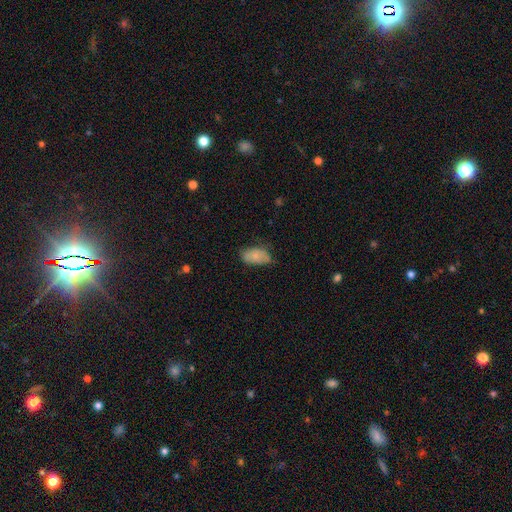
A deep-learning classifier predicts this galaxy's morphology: smooth-or-featured: smooth: 79% | featured or disk: 15% | star or artifact: 7%
  how-rounded: in between: 93% | round: 4% | cigar-shaped: 2%
  merging: none: 61% | minor disturbance: 30% | major disturbance: 7% | merger: 2%